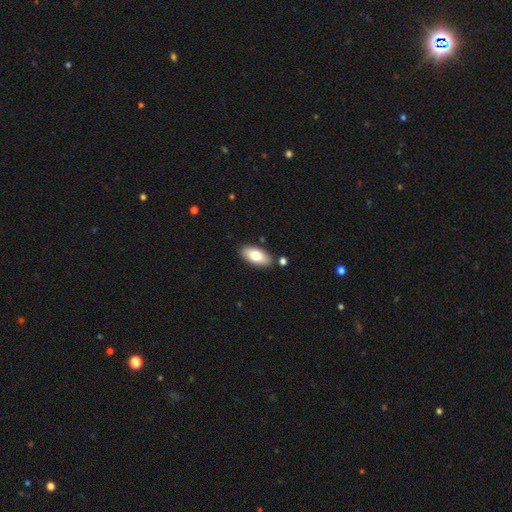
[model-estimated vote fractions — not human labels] Overall: smooth (77%). How rounded: in between (91%). Merging: none (84%).